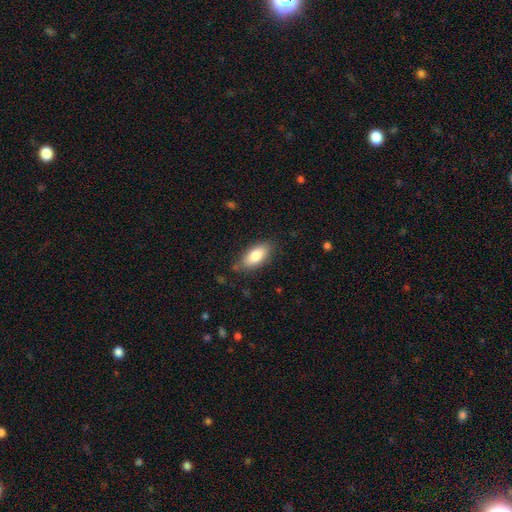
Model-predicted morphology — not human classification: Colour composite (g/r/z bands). It shows a smooth galaxy with no disk features (82%) that is in between round and cigar-shaped (88%). Merging: none (81%).